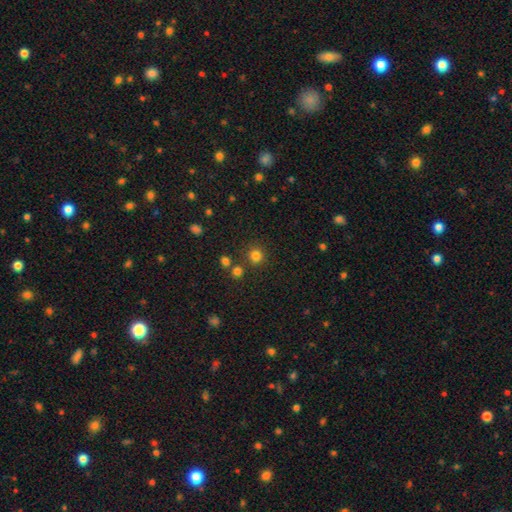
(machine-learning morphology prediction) Smooth or featured? Predicted: smooth (p=0.79). How rounded? Predicted: round (p=0.92). Merging? Predicted: none (p=0.82).